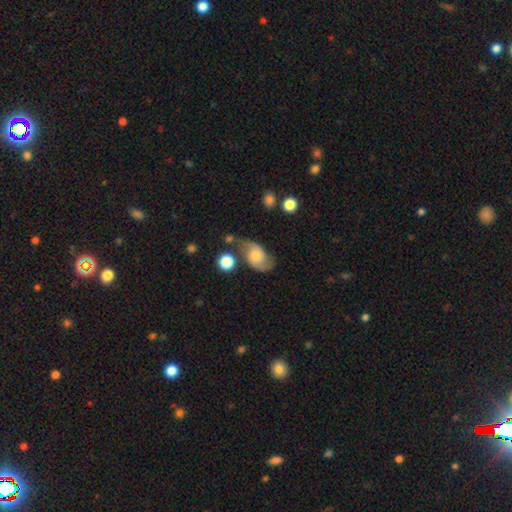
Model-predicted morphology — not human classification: A featured or disk galaxy (52%).

Vote fractions:
- Smooth or featured? featured or disk: 52% / smooth: 40% / star or artifact: 8%
- Edge-on disk? no: 95% / yes: 5%
- Merging? none: 54% / minor disturbance: 27% / major disturbance: 11% / merger: 8%